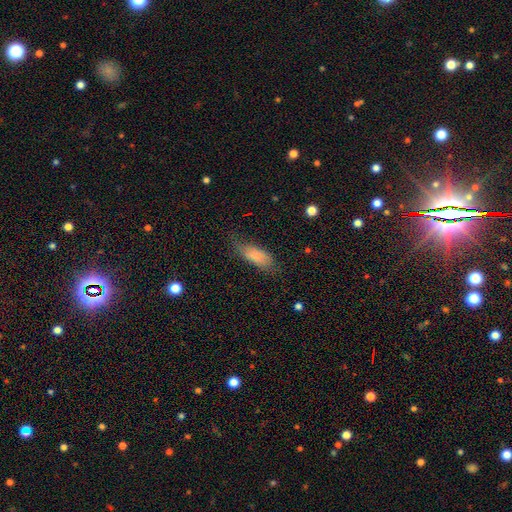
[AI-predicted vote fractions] smooth_or_featured: smooth (p=0.81) [alt: featured or disk p=0.11]
how_rounded: in between (p=0.72) [alt: cigar-shaped p=0.25]
merging: none (p=0.60) [alt: minor disturbance p=0.28]